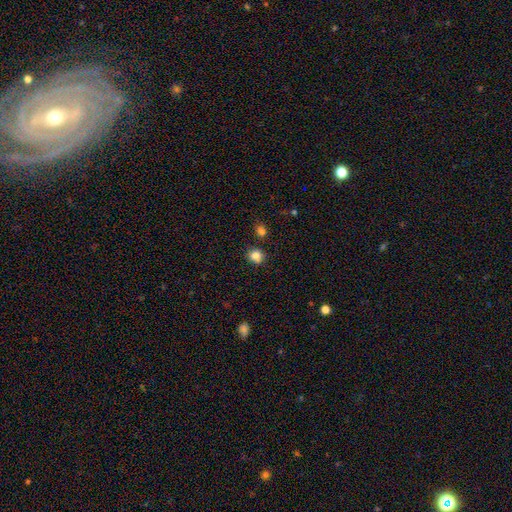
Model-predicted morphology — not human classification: Smooth or featured? Predicted: smooth (p=0.83). How rounded? Predicted: round (p=0.80). Merging? Predicted: none (p=0.76).